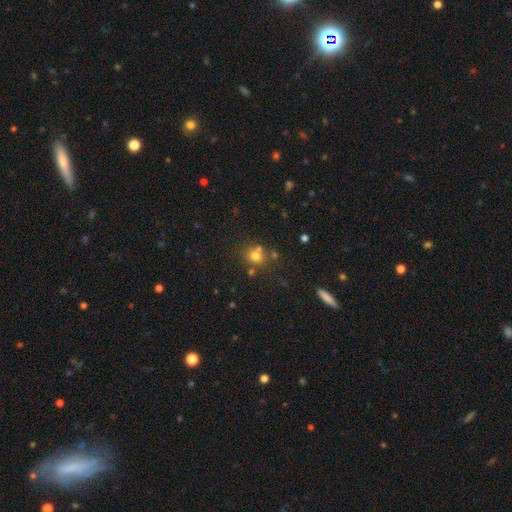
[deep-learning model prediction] smooth-or-featured: smooth: 70% | star or artifact: 19% | featured or disk: 11%
  how-rounded: round: 81% | in between: 18% | cigar-shaped: 1%
  merging: none: 61% | merger: 24% | minor disturbance: 11% | major disturbance: 4%